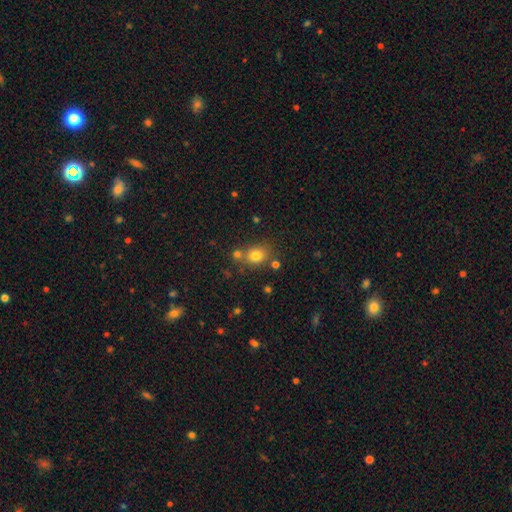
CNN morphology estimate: A smooth galaxy with no disk features (77%) that is round (54%).

Vote fractions:
- Smooth or featured? smooth: 77% / star or artifact: 14% / featured or disk: 9%
- How rounded? round: 54% / in between: 45% / cigar-shaped: 1%
- Merging? none: 66% / merger: 17% / minor disturbance: 12% / major disturbance: 4%